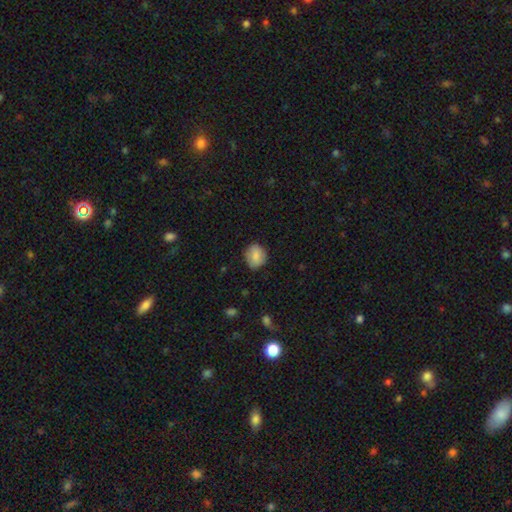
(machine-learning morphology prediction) smooth 84%, featured or disk 9%, star or artifact 8%. Down the decision tree: how rounded — round (65%); merging — none (81%).